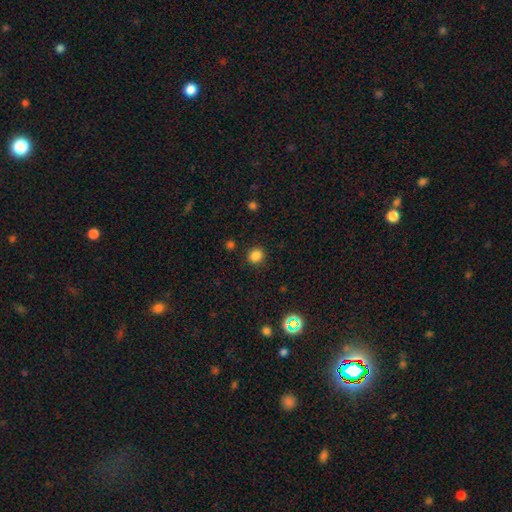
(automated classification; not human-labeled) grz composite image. It shows a smooth galaxy with no disk features (83%) that is round (82%). Merging: none (89%).